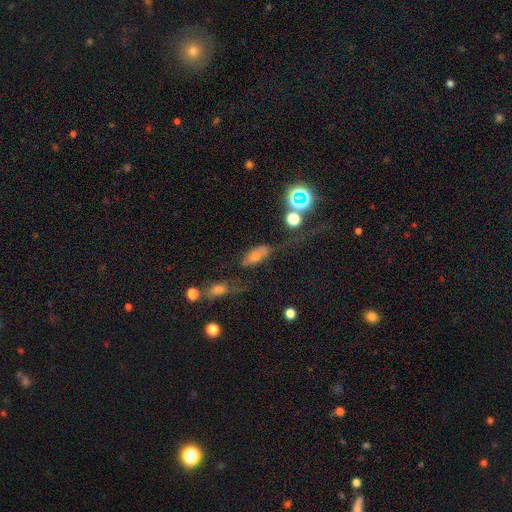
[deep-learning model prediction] Smooth or featured: smooth — 50% (featured or disk — 34%)
How rounded: in between — 77% (cigar-shaped — 14%)
Merging: none — 47% (major disturbance — 22%)